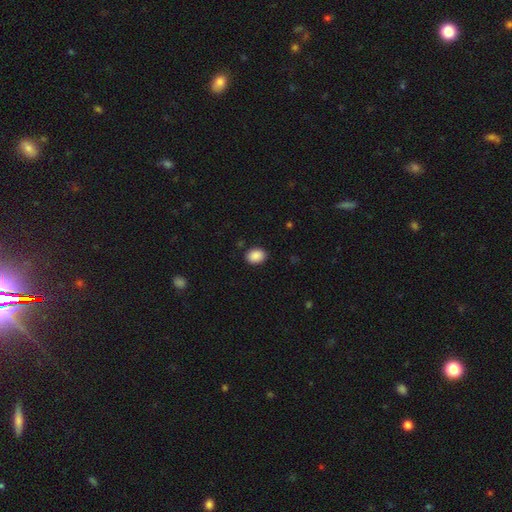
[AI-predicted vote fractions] A smooth galaxy with no disk features (89%) that is in between round and cigar-shaped (71%). Merging: none (88%).